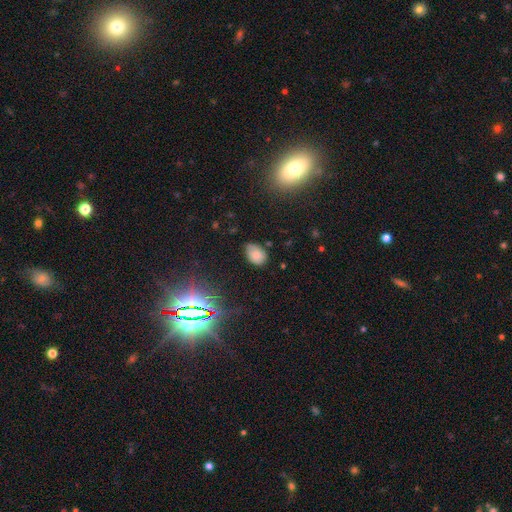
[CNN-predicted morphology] type=smooth (73%); roundness=in between (81%); merging=none (59%).